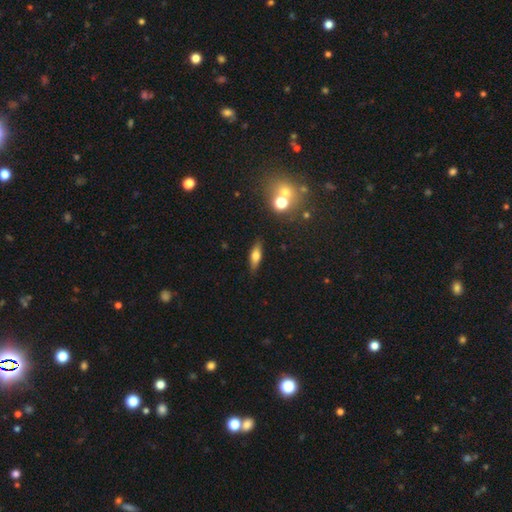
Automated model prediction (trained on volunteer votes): A smooth galaxy with no disk features (60%) that is in between round and cigar-shaped (52%).

Vote fractions:
- Smooth or featured? smooth: 60% / featured or disk: 31% / star or artifact: 9%
- How rounded? in between: 52% / cigar-shaped: 44% / round: 4%
- Merging? none: 86% / minor disturbance: 9% / merger: 2% / major disturbance: 2%